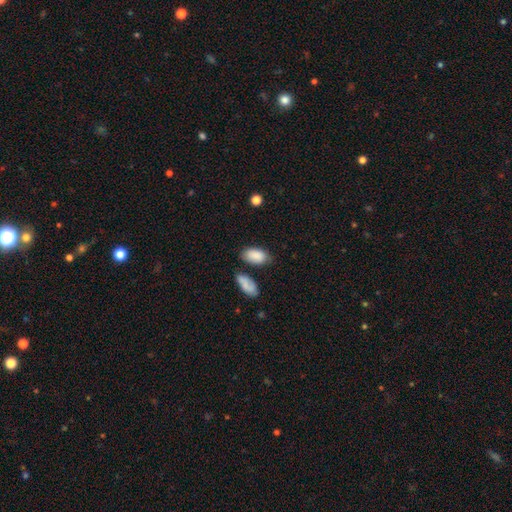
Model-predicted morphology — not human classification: smooth-or-featured: smooth: 88% | star or artifact: 6% | featured or disk: 6%
  how-rounded: in between: 94% | round: 3% | cigar-shaped: 3%
  merging: none: 69% | minor disturbance: 17% | merger: 9% | major disturbance: 4%